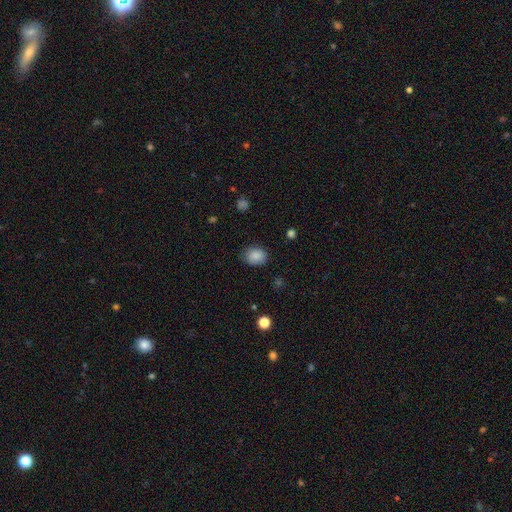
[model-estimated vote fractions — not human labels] smooth-or-featured: smooth: 87% | star or artifact: 9% | featured or disk: 5%
  how-rounded: in between: 56% | round: 44% | cigar-shaped: 1%
  merging: none: 77% | minor disturbance: 18% | major disturbance: 4% | merger: 1%